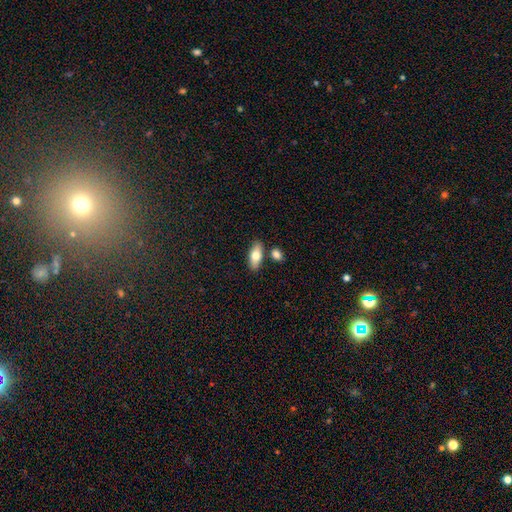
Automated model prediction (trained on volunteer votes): smooth_or_featured: smooth (p=0.74) [alt: featured or disk p=0.20]
how_rounded: in between (p=0.82) [alt: cigar-shaped p=0.14]
merging: none (p=0.79) [alt: minor disturbance p=0.10]